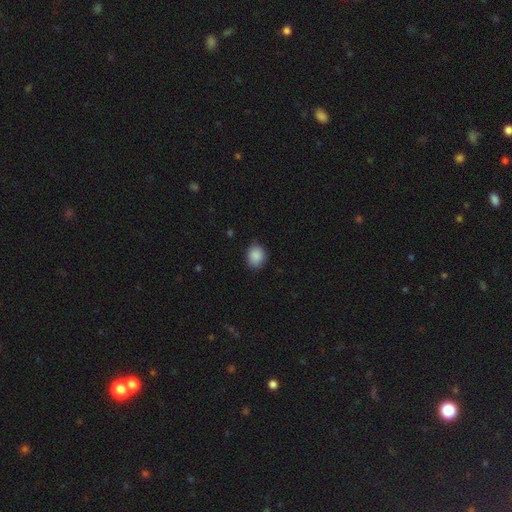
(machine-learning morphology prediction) Smooth or featured?
  - smooth: 89% *
  - star or artifact: 8%
  - featured or disk: 3%
How rounded?
  - round: 62% *
  - in between: 37%
  - cigar-shaped: 1%
Merging?
  - none: 83% *
  - minor disturbance: 13%
  - major disturbance: 2%
  - merger: 1%